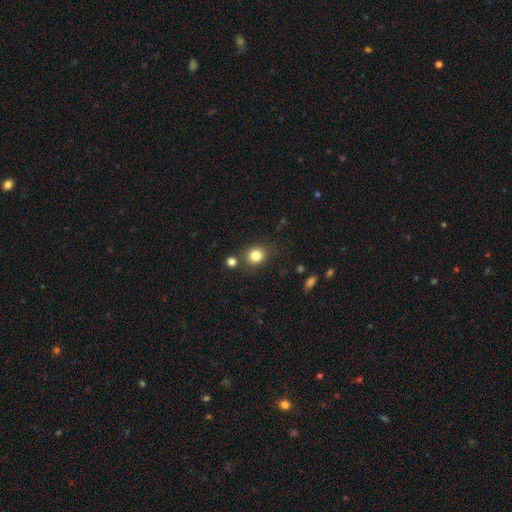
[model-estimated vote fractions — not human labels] Smooth or featured? smooth (82%)
How rounded? round (72%)
Merging? none (78%)